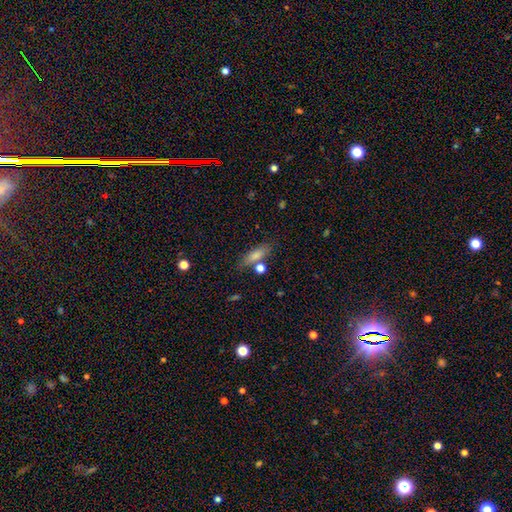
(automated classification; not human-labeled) This appears to be a smooth galaxy with no disk features (79%) that is in between round and cigar-shaped (55%). Merging: none (69%).